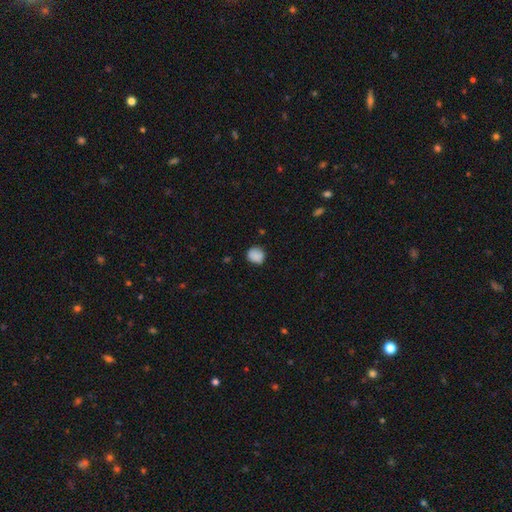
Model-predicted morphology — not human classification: smooth_or_featured: smooth (p=0.87) [alt: star or artifact p=0.09]
how_rounded: round (p=0.81) [alt: in between p=0.18]
merging: none (p=0.80) [alt: minor disturbance p=0.16]